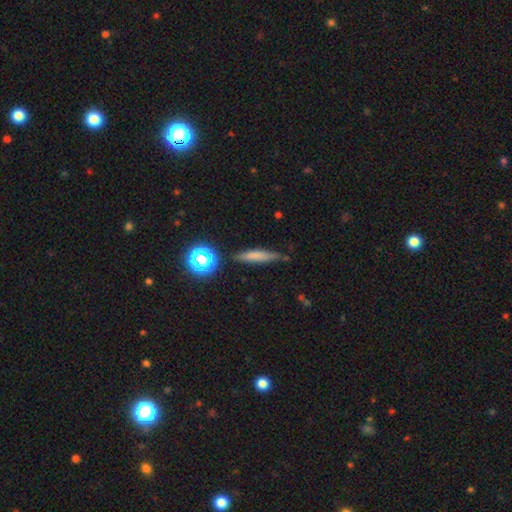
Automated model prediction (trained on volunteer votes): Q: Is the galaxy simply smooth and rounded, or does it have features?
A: smooth — 67%.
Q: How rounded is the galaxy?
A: cigar-shaped — 82%.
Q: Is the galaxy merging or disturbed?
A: none — 71%.